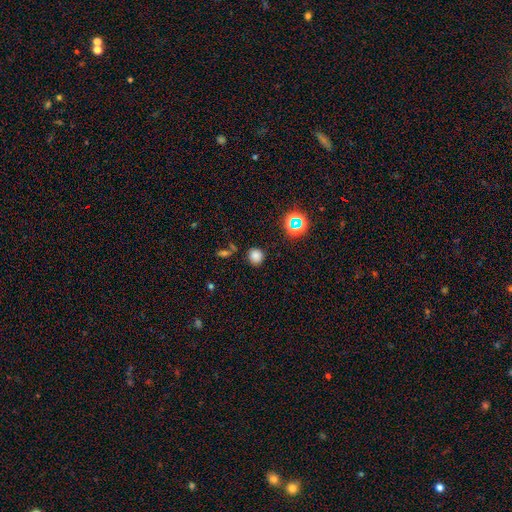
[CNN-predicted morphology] Smooth or featured? smooth (77%)
How rounded? round (89%)
Merging? none (84%)